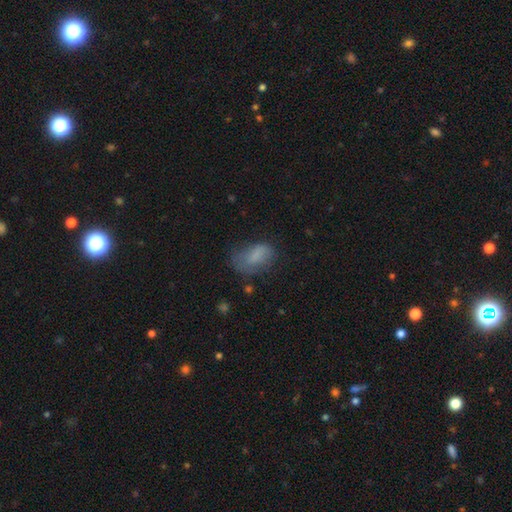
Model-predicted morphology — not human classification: Smooth or featured? Predicted: smooth (p=0.72). How rounded? Predicted: in between (p=0.89). Merging? Predicted: none (p=0.42).